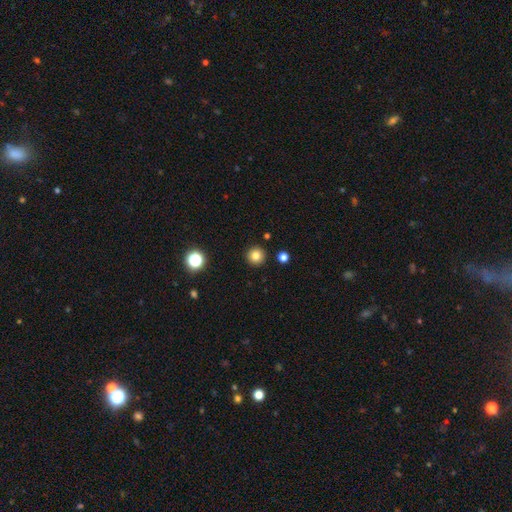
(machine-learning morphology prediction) Overall: smooth (81%). How rounded: round (96%). Merging: none (92%).